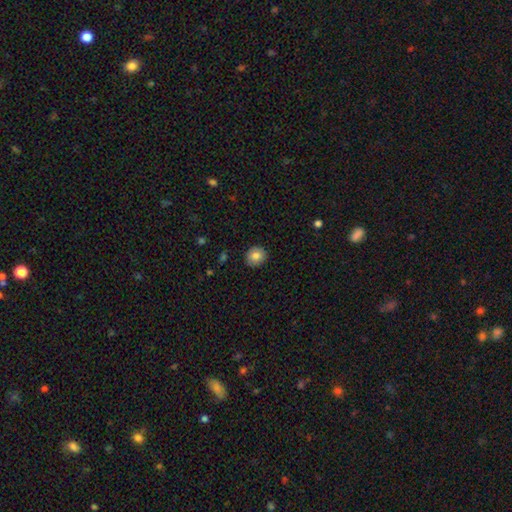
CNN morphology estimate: Overall: smooth (83%). How rounded: round (81%). Merging: none (89%).